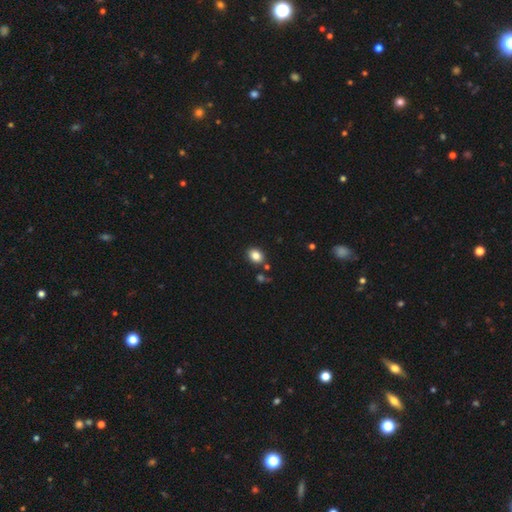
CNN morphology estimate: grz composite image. It shows a smooth galaxy with no disk features (85%) that is in between round and cigar-shaped (58%). Merging: none (83%).